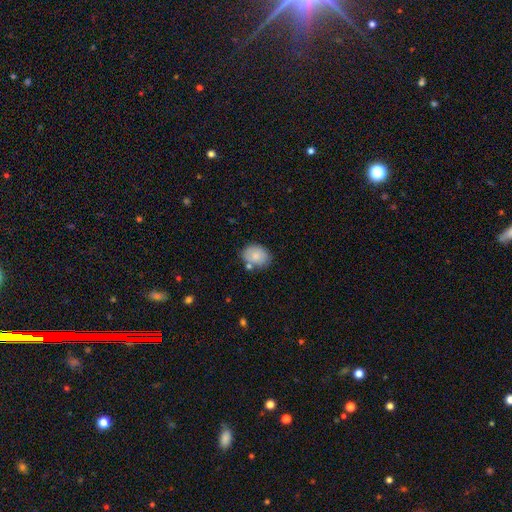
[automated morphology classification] smooth-or-featured: smooth: 80% | featured or disk: 13% | star or artifact: 7%
  how-rounded: in between: 62% | round: 37% | cigar-shaped: 1%
  merging: none: 72% | minor disturbance: 16% | merger: 8% | major disturbance: 4%